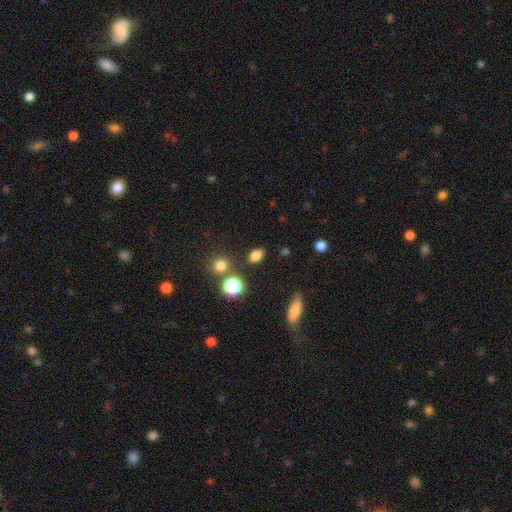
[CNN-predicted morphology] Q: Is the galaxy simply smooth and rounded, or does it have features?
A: smooth — 80%.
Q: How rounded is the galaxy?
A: in between — 79%.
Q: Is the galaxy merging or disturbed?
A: none — 83%.